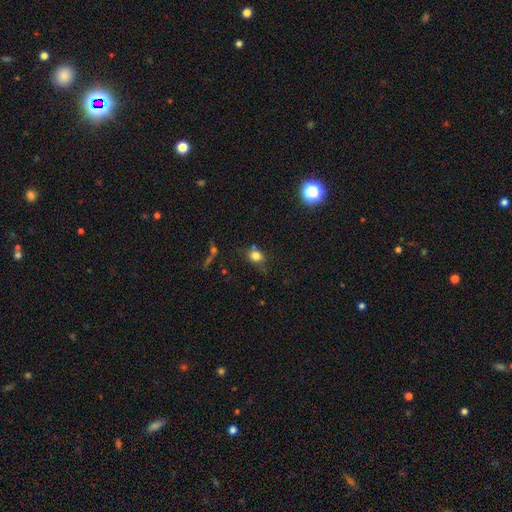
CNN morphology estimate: smooth_or_featured: smooth (p=0.79) [alt: star or artifact p=0.13]
how_rounded: round (p=0.58) [alt: in between p=0.40]
merging: none (p=0.65) [alt: minor disturbance p=0.20]